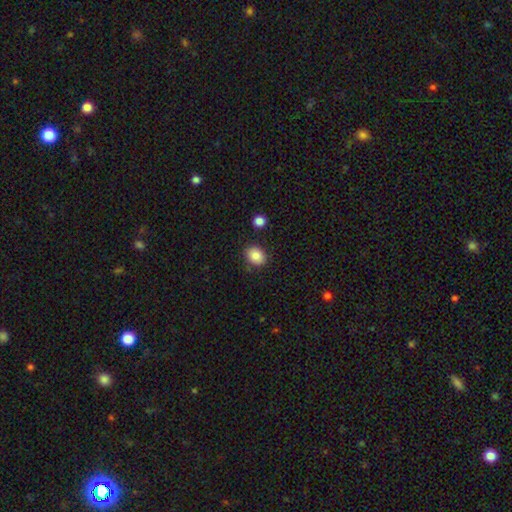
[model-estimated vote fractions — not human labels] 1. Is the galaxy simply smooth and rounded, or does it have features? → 85% smooth, 9% star or artifact, 7% featured or disk.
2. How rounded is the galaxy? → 52% in between, 47% round, 1% cigar-shaped.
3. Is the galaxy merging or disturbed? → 83% none, 11% minor disturbance, 3% merger, 3% major disturbance.